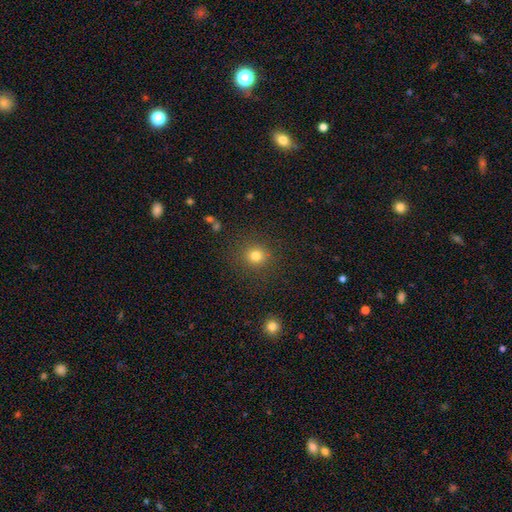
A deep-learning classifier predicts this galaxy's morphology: A smooth galaxy with no disk features (80%) that is round (91%). Merging: none (87%).